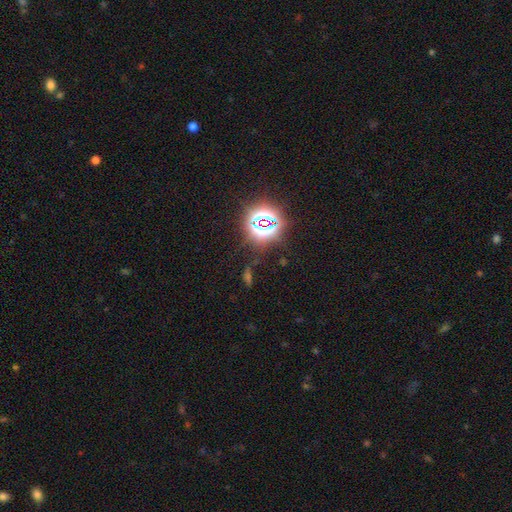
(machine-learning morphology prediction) Q: Smooth or featured?
A: star or artifact (81%); runner-up: smooth (13%)